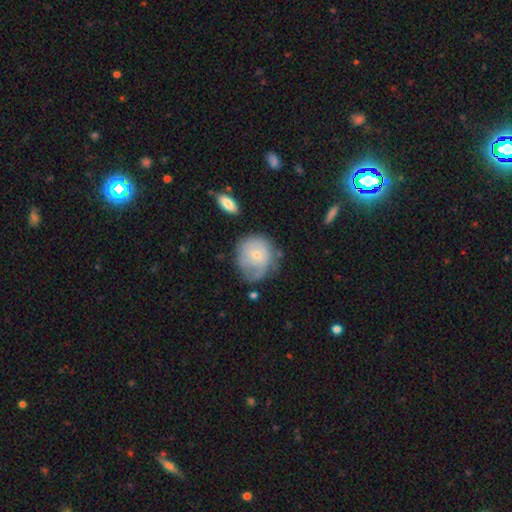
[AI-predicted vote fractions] smooth 53%, featured or disk 39%, star or artifact 8%. Down the decision tree: how rounded — round (75%); merging — none (48%).